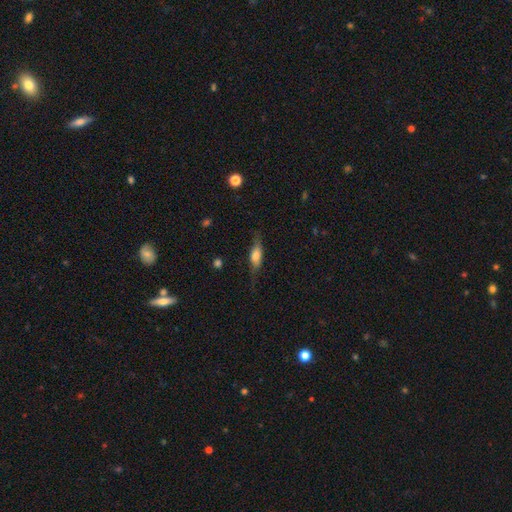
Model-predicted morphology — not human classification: Smooth or featured?
  - smooth: 62% *
  - featured or disk: 30%
  - star or artifact: 7%
How rounded?
  - in between: 62% *
  - cigar-shaped: 34%
  - round: 4%
Merging?
  - none: 65% *
  - minor disturbance: 24%
  - major disturbance: 9%
  - merger: 2%